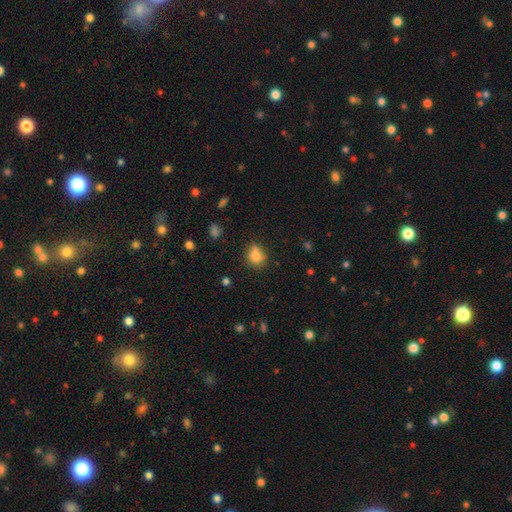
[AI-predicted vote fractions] A smooth galaxy with no disk features (77%) that is round (64%). Merging: none (53%).